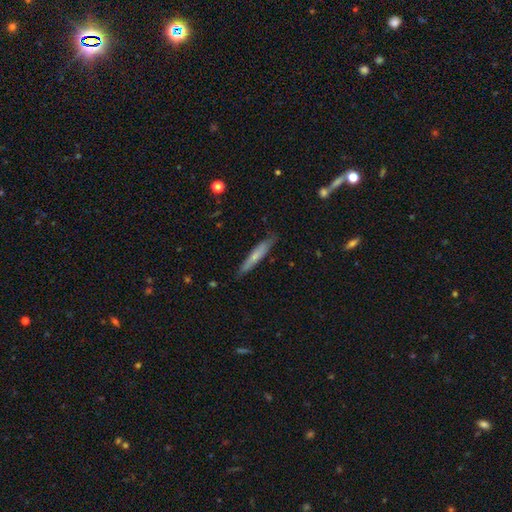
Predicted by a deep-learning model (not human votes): A smooth galaxy with no disk features (60%) that is cigar-shaped (93%).

Vote fractions:
- Smooth or featured? smooth: 60% / featured or disk: 34% / star or artifact: 6%
- How rounded? cigar-shaped: 93% / in between: 5% / round: 1%
- Merging? none: 85% / minor disturbance: 12% / major disturbance: 2% / merger: 1%